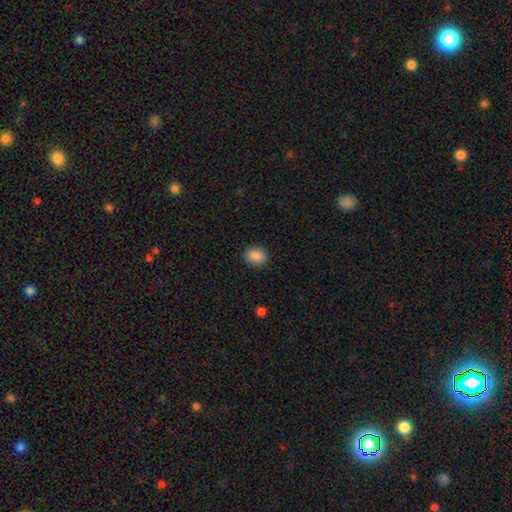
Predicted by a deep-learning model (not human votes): smooth-or-featured: smooth: 87% | star or artifact: 9% | featured or disk: 4%
  how-rounded: round: 67% | in between: 32% | cigar-shaped: 1%
  merging: none: 89% | minor disturbance: 7% | major disturbance: 2% | merger: 1%